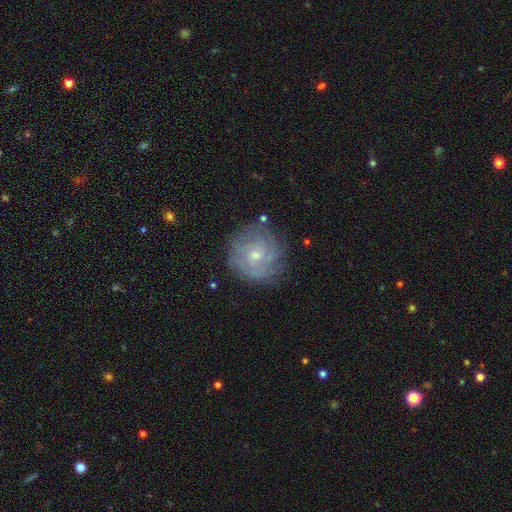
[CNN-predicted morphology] A featured or disk galaxy (68%) with no bar (69%), tight (67%) spiral arms (84%) and a small central bulge (60%). Merging: none (75%).